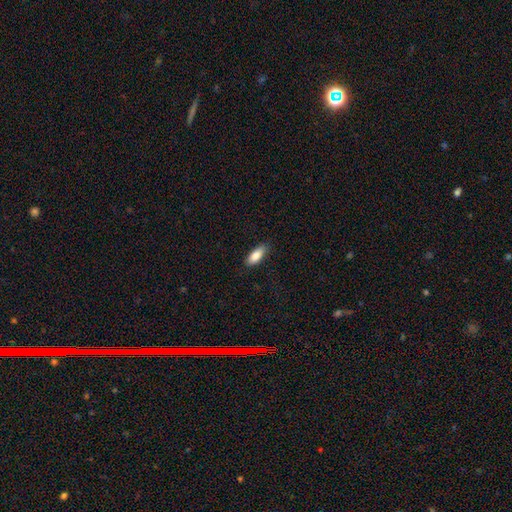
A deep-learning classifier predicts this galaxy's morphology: This appears to be a smooth galaxy with no disk features (86%) that is in between round and cigar-shaped (77%). Merging: none (83%).